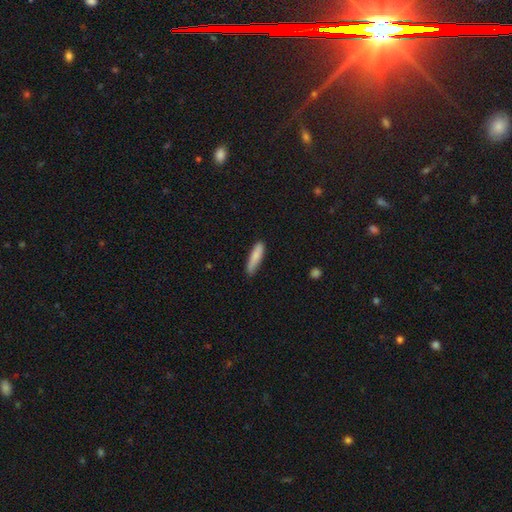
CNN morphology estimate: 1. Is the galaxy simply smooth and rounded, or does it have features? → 83% smooth, 11% featured or disk, 6% star or artifact.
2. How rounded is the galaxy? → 76% cigar-shaped, 22% in between, 2% round.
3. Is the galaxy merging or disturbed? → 81% none, 15% minor disturbance, 2% major disturbance, 1% merger.